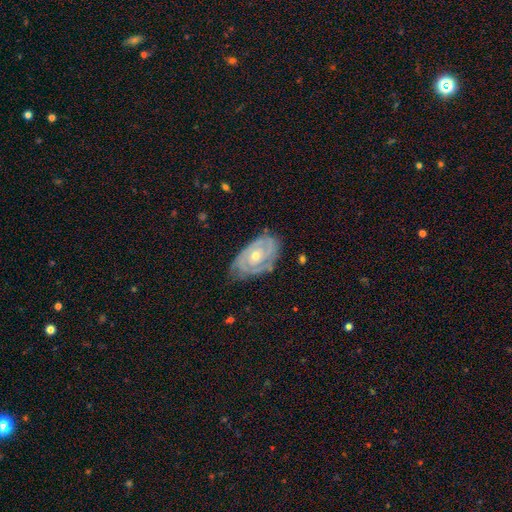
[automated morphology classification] Overall: featured or disk (85%). Edge-on disk: no (96%). Bar: no (74%). Spiral arms: yes (94%). Spiral arm count: 2 (39%; can't tell 26%). Spiral winding: tight (73%). Bulge size: moderate (53%; small 44%). Merging: none (69%).